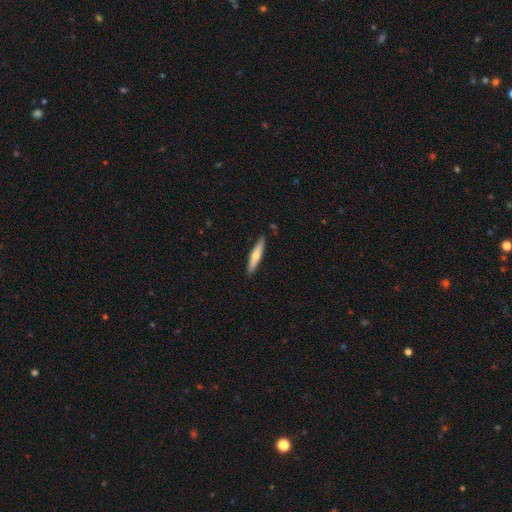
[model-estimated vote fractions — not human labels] This appears to be a smooth galaxy with no disk features (60%) that is cigar-shaped (87%). Merging: none (88%).